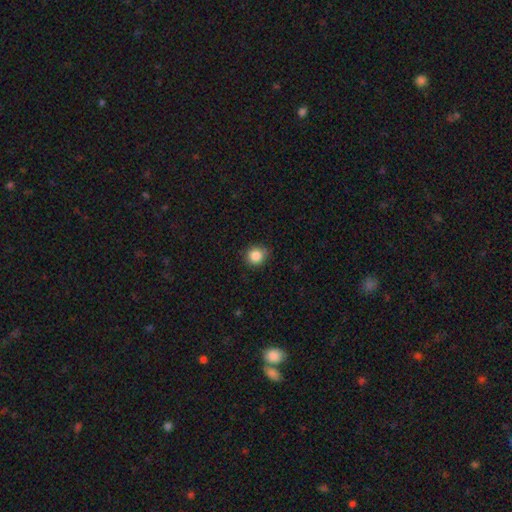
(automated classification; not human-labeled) Smooth or featured: smooth — 86% (star or artifact — 10%)
How rounded: round — 88% (in between — 11%)
Merging: none — 82% (minor disturbance — 14%)